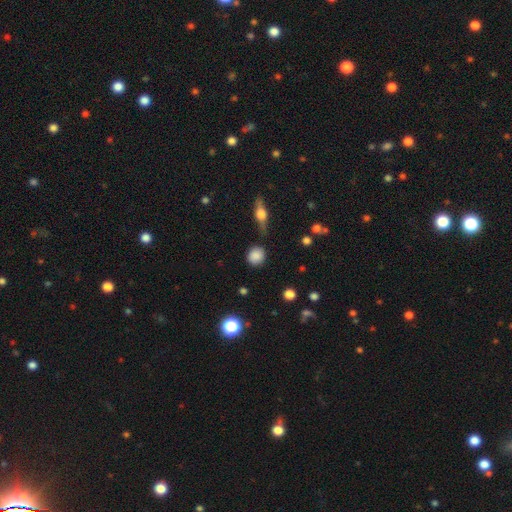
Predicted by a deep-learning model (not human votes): This is clearly a smooth galaxy (84%). How rounded: clearly round (83%). Merging: clearly none (82%).